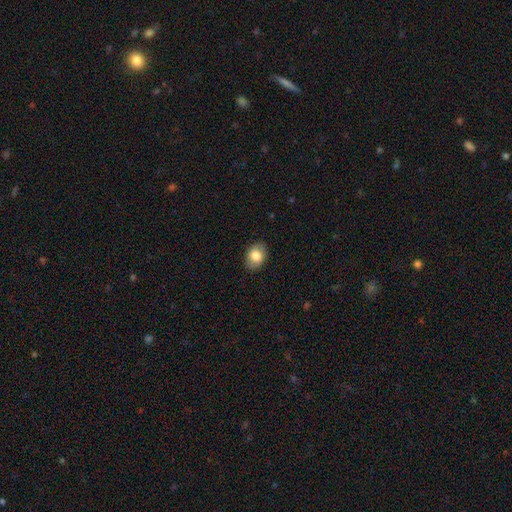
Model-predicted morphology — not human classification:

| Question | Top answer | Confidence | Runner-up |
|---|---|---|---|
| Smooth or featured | smooth | 81% | featured or disk (12%) |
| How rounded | in between | 72% | round (27%) |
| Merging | none | 87% | minor disturbance (9%) |